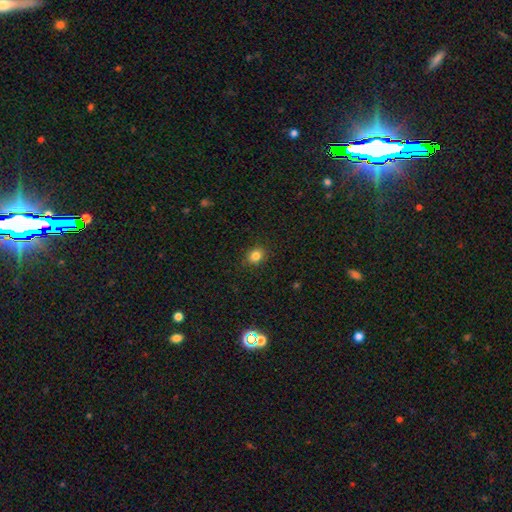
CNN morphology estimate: Smooth or featured: smooth — 82% (star or artifact — 12%)
How rounded: round — 65% (in between — 34%)
Merging: none — 87% (minor disturbance — 9%)